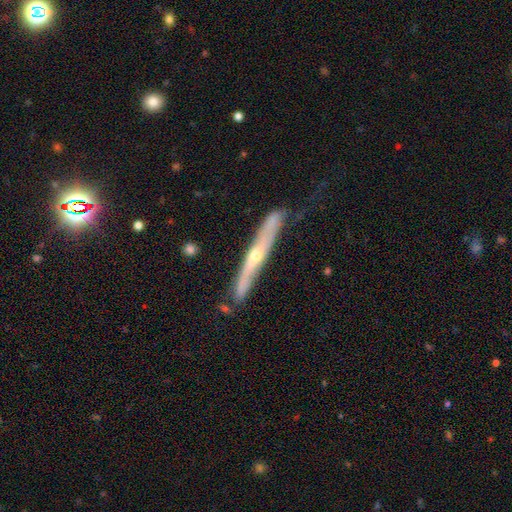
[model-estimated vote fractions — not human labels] Overall: featured or disk (72%). Edge-on disk: yes (88%). Edge-on bulge: rounded (78%). Merging: none (64%; minor disturbance 27%).